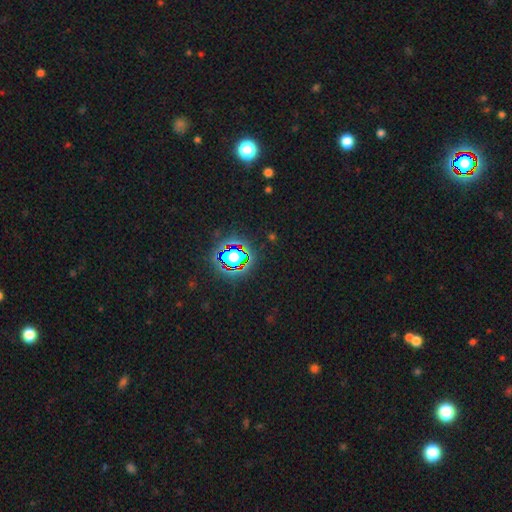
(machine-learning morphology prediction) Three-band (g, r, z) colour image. It shows a star or artifact, not a galaxy (79%).